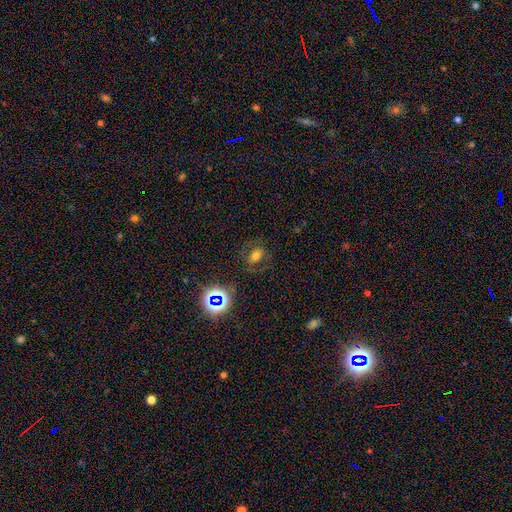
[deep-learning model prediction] Q: Smooth or featured?
A: smooth (46%); runner-up: featured or disk (29%)
Q: Merging?
A: none (74%); runner-up: minor disturbance (14%)